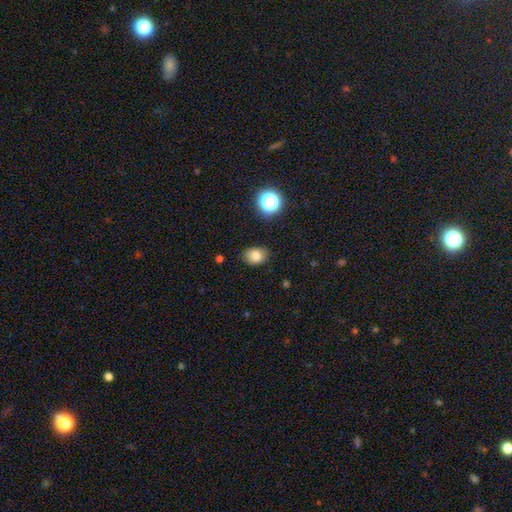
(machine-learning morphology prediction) Q: Smooth or featured?
A: smooth (81%); runner-up: star or artifact (12%)
Q: How rounded?
A: in between (67%); runner-up: round (32%)
Q: Merging?
A: none (81%); runner-up: minor disturbance (14%)